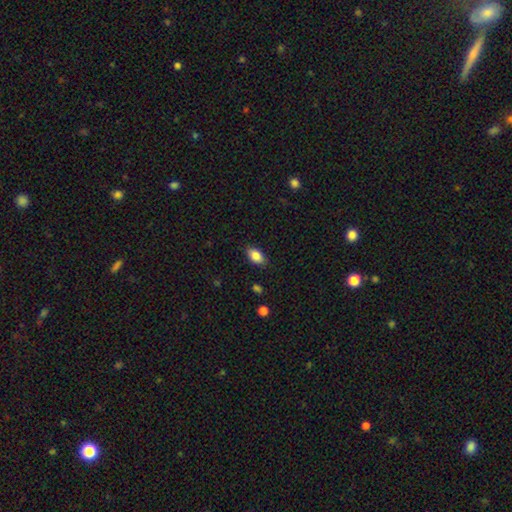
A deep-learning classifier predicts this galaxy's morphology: The model was most divided on "merging": none: 85%, minor disturbance: 11%, major disturbance: 2%, merger: 1%. More confident: how rounded — in between (91%); smooth or featured — smooth (86%).